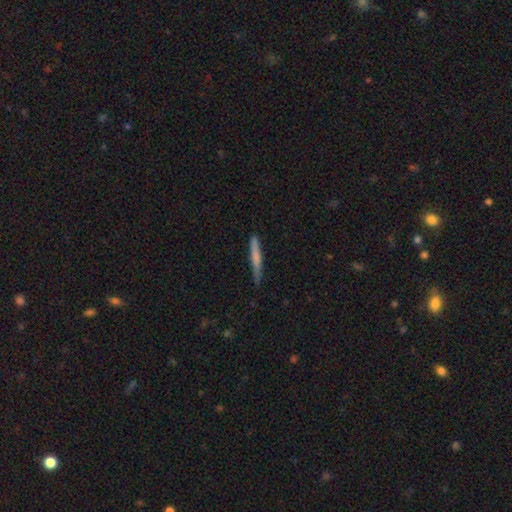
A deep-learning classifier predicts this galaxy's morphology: Q: Smooth or featured?
A: smooth (65%); runner-up: featured or disk (29%)
Q: How rounded?
A: cigar-shaped (96%); runner-up: in between (3%)
Q: Merging?
A: none (79%); runner-up: minor disturbance (17%)